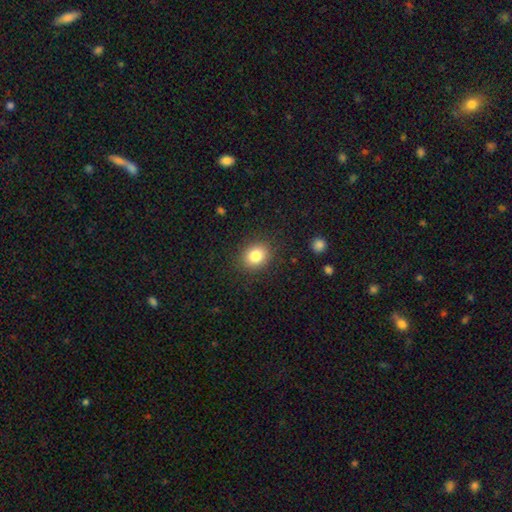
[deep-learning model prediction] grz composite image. It shows a smooth galaxy with no disk features (83%) that is round (63%). Merging: none (88%).